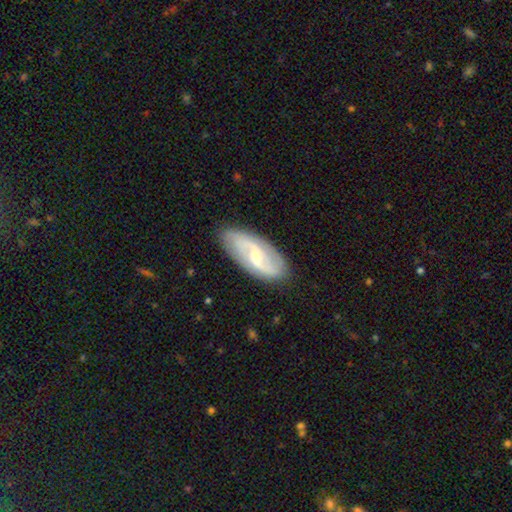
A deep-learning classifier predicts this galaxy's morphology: A featured or disk galaxy (77%) with a weak bar (54%), 2 (85%) loose (48%) spiral arms (92%) and a small central bulge (56%). Merging: none (83%).